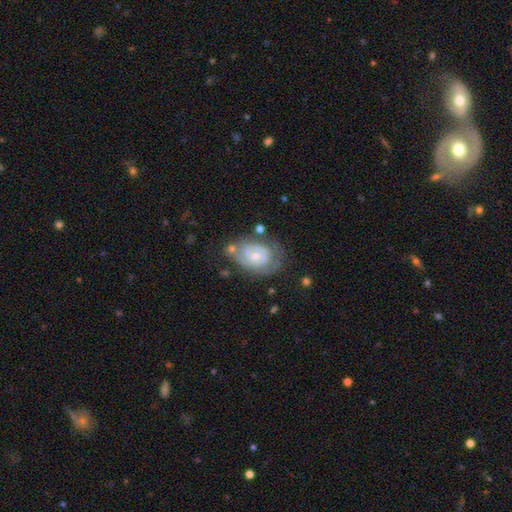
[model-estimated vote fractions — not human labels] A featured or disk galaxy (72%) with no bar (71%), 2 (41%) tight (63%) spiral arms (79%) and a small central bulge (57%). Merging: none (54%).